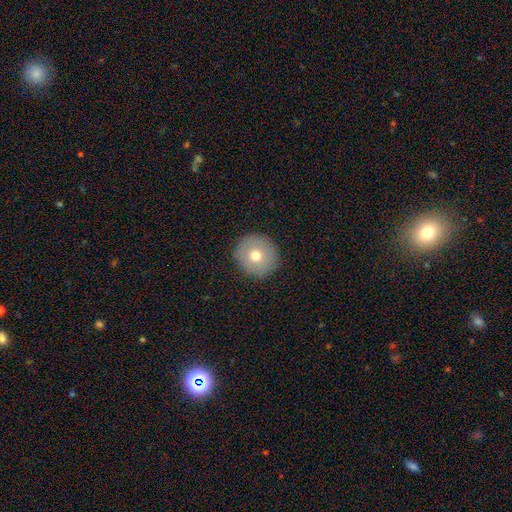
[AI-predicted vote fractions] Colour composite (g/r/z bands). It shows a smooth galaxy with no disk features (70%) that is round (94%). Merging: none (90%).